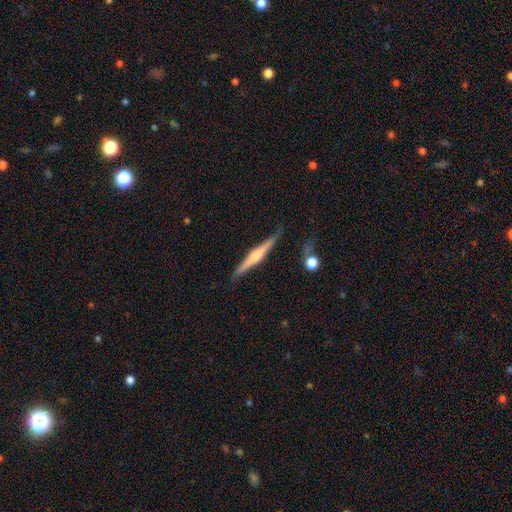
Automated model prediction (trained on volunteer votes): Smooth or featured? featured or disk (67%)
Edge-on disk? yes (97%)
Edge-on bulge? rounded (76%)
Merging? none (77%)